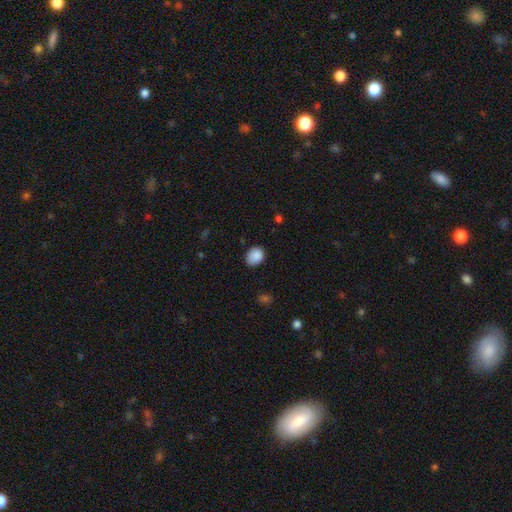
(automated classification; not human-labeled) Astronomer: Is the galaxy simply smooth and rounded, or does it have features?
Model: smooth — 88%.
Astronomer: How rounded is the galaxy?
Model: in between — 59% (runner-up: round, 40%).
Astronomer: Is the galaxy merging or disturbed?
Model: none — 73%.